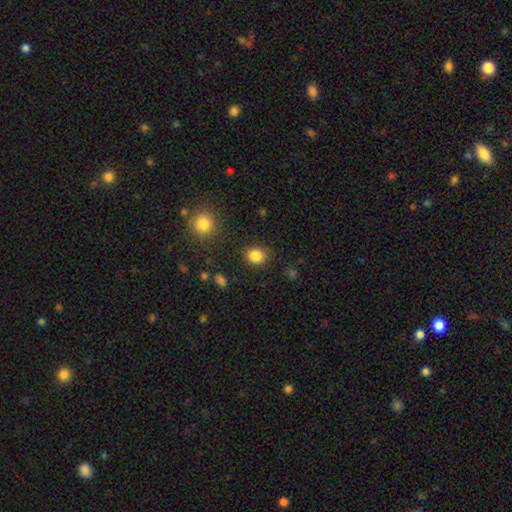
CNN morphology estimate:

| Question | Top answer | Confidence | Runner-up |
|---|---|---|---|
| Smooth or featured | smooth | 85% | star or artifact (11%) |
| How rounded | round | 69% | in between (30%) |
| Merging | none | 86% | minor disturbance (9%) |